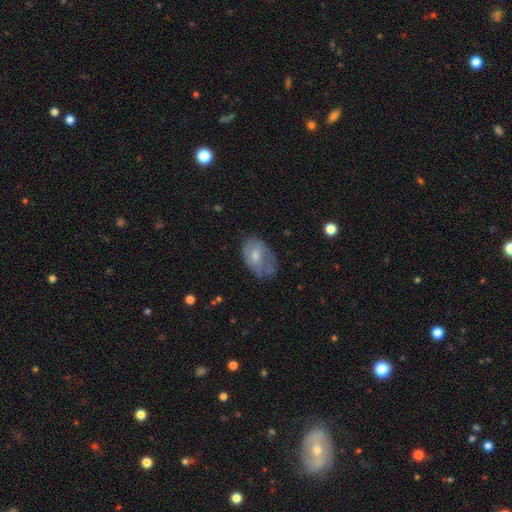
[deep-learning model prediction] smooth 59%, featured or disk 33%, star or artifact 8%. Down the decision tree: how rounded — in between (86%); merging — none (42%).